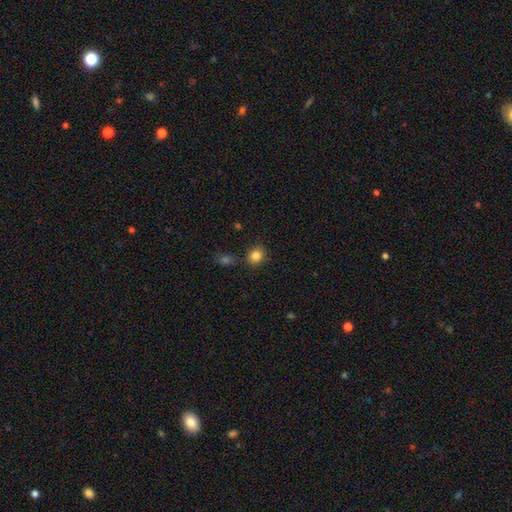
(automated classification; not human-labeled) This appears to be a smooth galaxy with no disk features (84%) that is round (66%). Merging: none (77%).